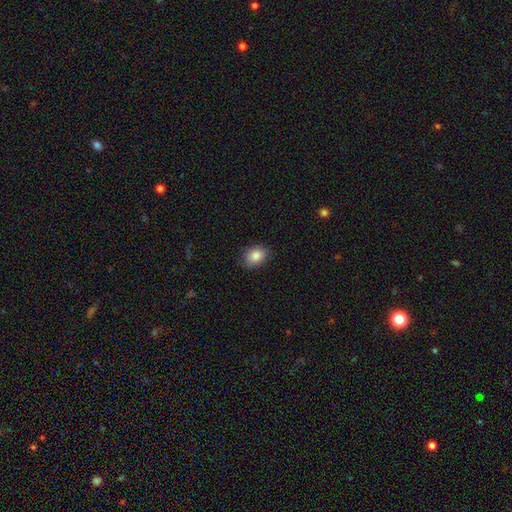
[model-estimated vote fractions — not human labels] Overall: smooth (86%). How rounded: in between (68%; round 31%). Merging: none (85%).